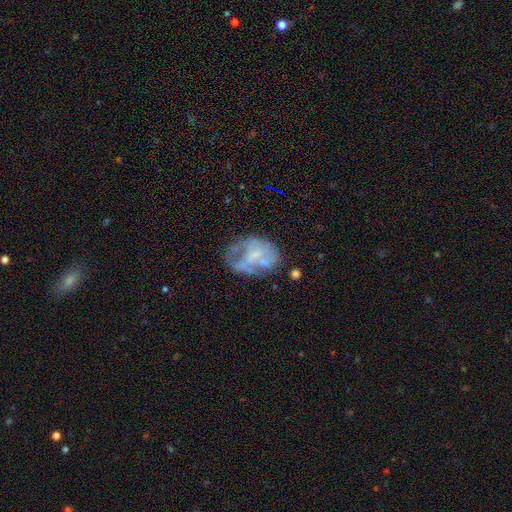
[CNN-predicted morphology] Overall: featured or disk (60%; smooth 29%). Edge-on disk: no (98%). Bar: no (76%). Spiral arms: no (68%; yes 32%). Bulge size: none (53%; small 28%). Merging: none (41%; major disturbance 27%).